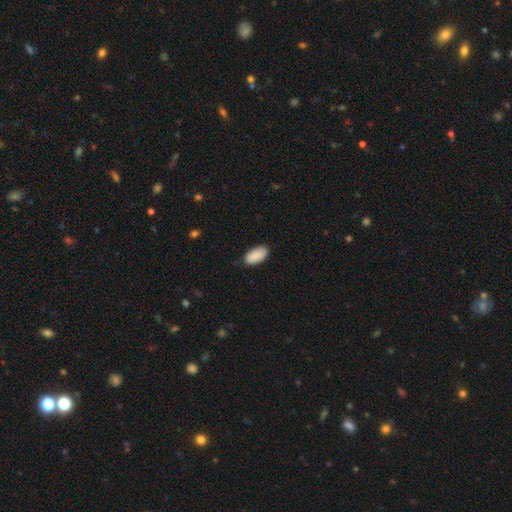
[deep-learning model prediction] This appears to be a smooth galaxy with no disk features (91%) that is in between round and cigar-shaped (94%). Merging: none (85%).